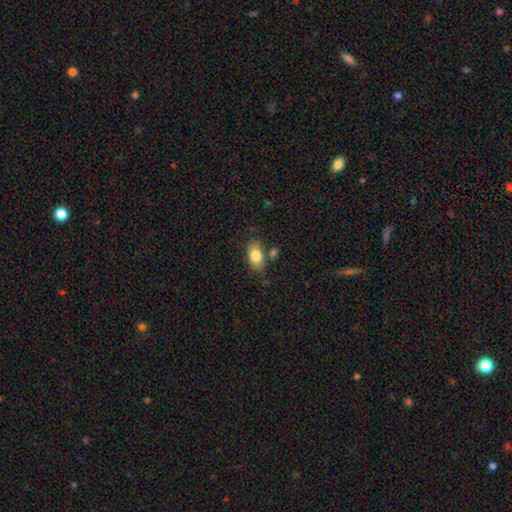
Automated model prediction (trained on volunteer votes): Morphology: type=smooth (82%); roundness=in between (88%); merging=none (70%).